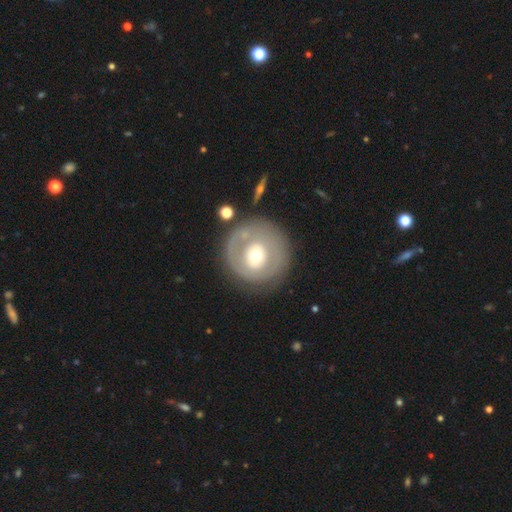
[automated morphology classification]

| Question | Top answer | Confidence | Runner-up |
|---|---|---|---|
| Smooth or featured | featured or disk | 56% | smooth (37%) |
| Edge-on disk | no | 96% | yes (4%) |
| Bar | no | 71% | weak (21%) |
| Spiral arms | no | 67% | yes (33%) |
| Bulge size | moderate | 63% | small (28%) |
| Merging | none | 77% | minor disturbance (13%) |